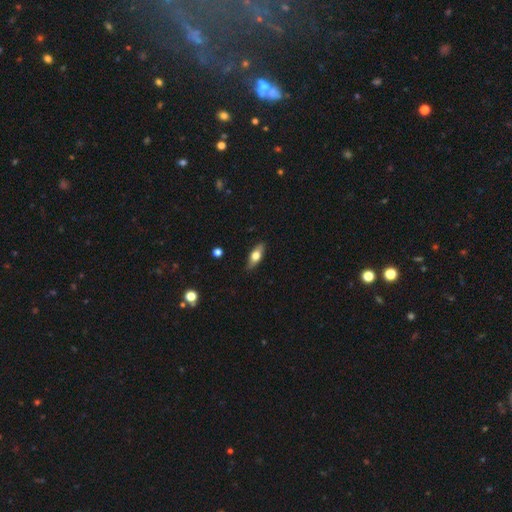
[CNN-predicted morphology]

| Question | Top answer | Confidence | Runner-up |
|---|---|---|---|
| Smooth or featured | smooth | 63% | featured or disk (31%) |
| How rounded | in between | 72% | cigar-shaped (25%) |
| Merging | none | 86% | minor disturbance (11%) |